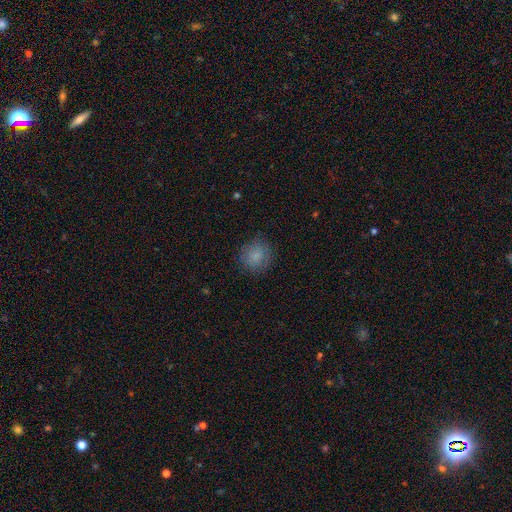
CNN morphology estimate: Smooth or featured? Predicted: smooth (p=0.83). How rounded? Predicted: round (p=0.84). Merging? Predicted: none (p=0.80).